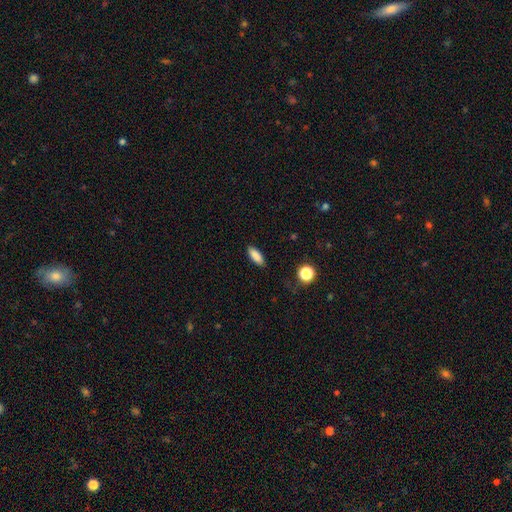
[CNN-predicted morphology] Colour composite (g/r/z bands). It shows a smooth galaxy with no disk features (87%) that is in between round and cigar-shaped (69%). Merging: none (87%).